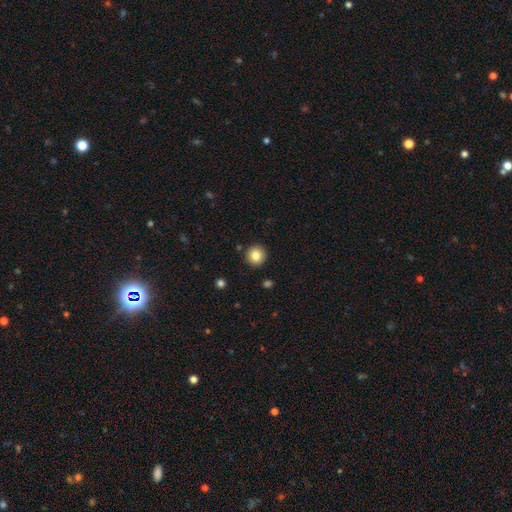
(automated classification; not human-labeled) smooth_or_featured: smooth (p=0.84) [alt: star or artifact p=0.10]
how_rounded: round (p=0.94) [alt: in between p=0.05]
merging: none (p=0.92) [alt: minor disturbance p=0.05]